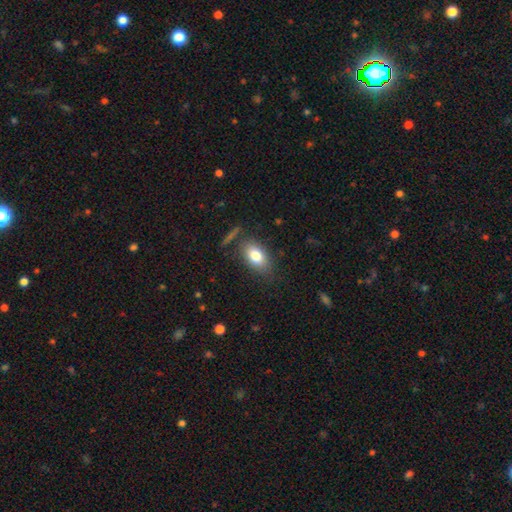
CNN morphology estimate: Smooth or featured? smooth (81%)
How rounded? in between (86%)
Merging? none (76%)